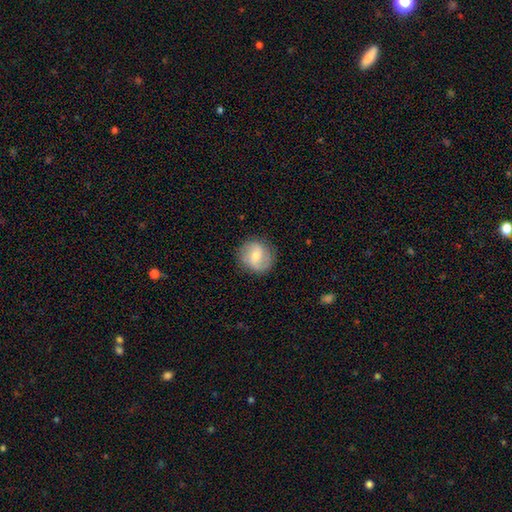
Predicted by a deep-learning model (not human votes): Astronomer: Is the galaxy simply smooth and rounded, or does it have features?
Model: featured or disk — 53% (runner-up: smooth, 39%).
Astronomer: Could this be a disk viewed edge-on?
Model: no — 97%.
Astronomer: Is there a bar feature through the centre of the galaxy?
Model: weak — 50% (runner-up: no, 29%).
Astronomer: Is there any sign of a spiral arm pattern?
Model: yes — 79%.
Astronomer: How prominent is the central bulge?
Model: moderate — 53% (runner-up: small, 42%).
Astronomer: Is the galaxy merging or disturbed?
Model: none — 84%.